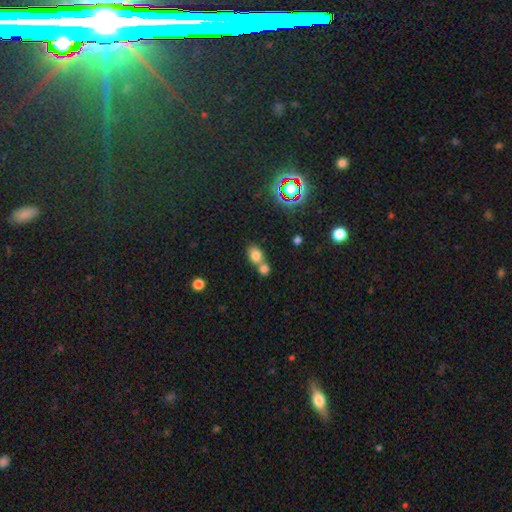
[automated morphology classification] A smooth galaxy with no disk features (76%) that is in between round and cigar-shaped (56%). Merging: merger (53%).